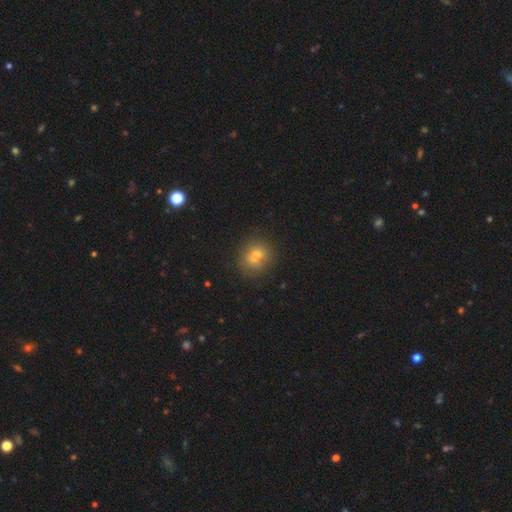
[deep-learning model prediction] Smooth or featured? smooth (69%)
How rounded? round (73%)
Merging? none (71%)